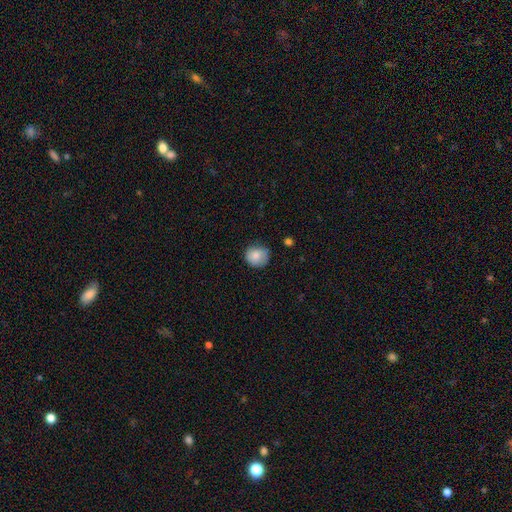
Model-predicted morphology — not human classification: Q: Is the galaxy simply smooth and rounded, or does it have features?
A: smooth — 79%.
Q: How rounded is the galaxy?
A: round — 83%.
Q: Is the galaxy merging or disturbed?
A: none — 72%.